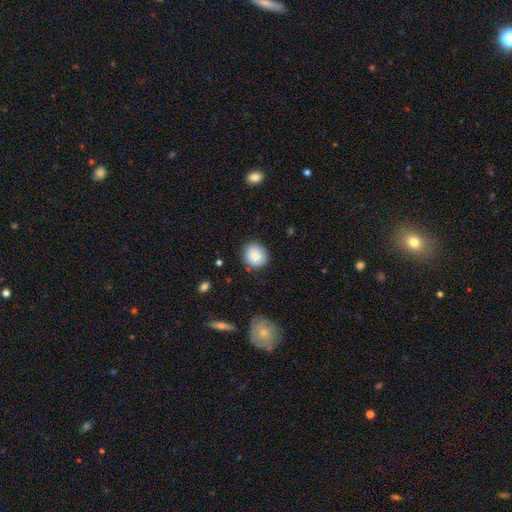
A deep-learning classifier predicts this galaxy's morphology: A smooth galaxy with no disk features (86%) that is round (83%).

Vote fractions:
- Smooth or featured? smooth: 86% / star or artifact: 8% / featured or disk: 6%
- How rounded? round: 83% / in between: 16% / cigar-shaped: 1%
- Merging? none: 84% / minor disturbance: 11% / major disturbance: 3% / merger: 1%